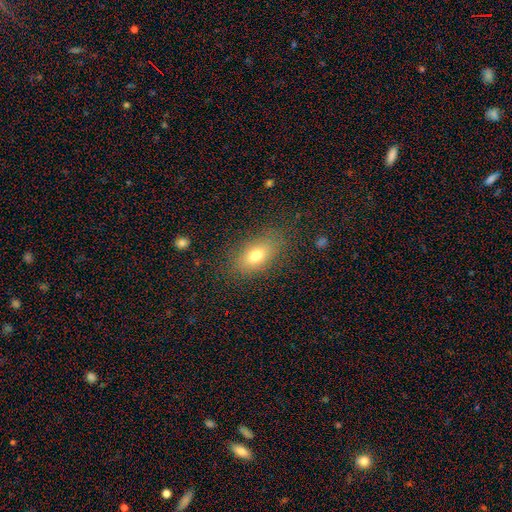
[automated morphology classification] Smooth or featured? smooth (74%)
How rounded? in between (84%)
Merging? none (82%)